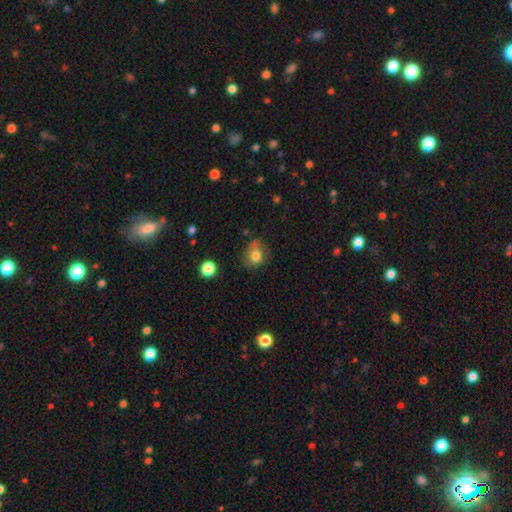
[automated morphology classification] This is likely a smooth galaxy (77%). How rounded: possibly round (51%). Merging: likely none (60%).